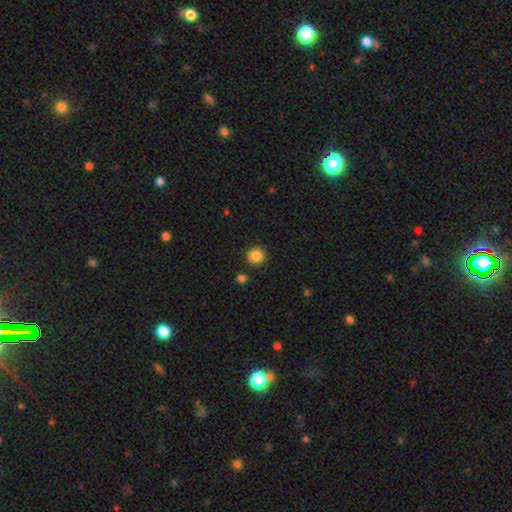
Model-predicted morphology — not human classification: The model was most divided on "smooth or featured": smooth: 86%, star or artifact: 10%, featured or disk: 4%. More confident: how rounded — round (90%); merging — none (88%).